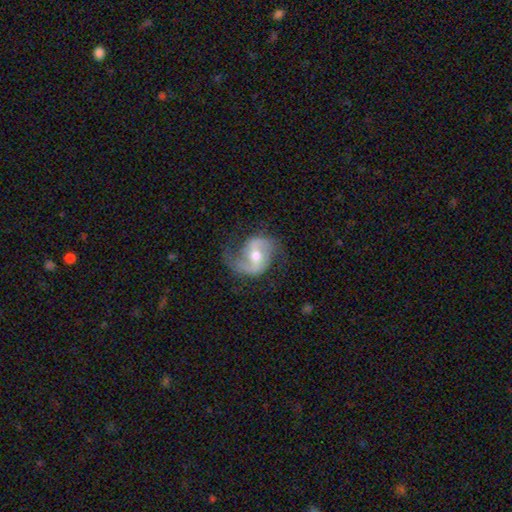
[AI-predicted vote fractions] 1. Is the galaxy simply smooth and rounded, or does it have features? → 85% featured or disk, 10% smooth, 5% star or artifact.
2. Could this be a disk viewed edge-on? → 97% no, 3% yes.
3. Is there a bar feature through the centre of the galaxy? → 45% weak, 28% no, 27% strong.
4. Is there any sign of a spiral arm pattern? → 95% yes, 5% no.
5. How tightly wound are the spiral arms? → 44% medium, 43% loose, 13% tight.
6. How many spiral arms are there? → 87% 2, 6% 1, 3% can't tell, 1% 3, 1% 4, 1% more than 4.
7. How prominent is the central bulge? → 72% moderate, 20% small, 6% large, 1% none, 1% dominant.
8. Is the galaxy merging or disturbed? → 69% none, 19% minor disturbance, 11% major disturbance, 1% merger.